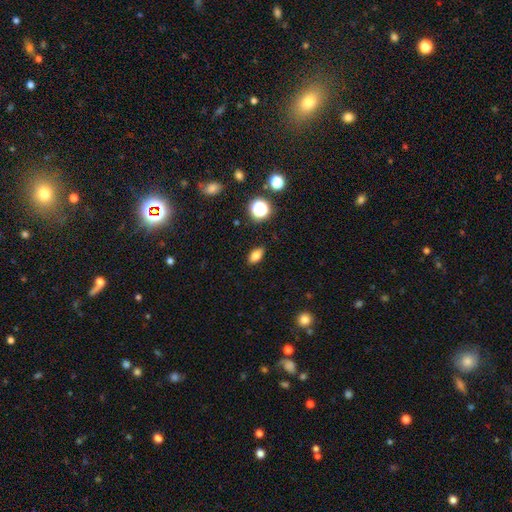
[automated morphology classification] Q: Smooth or featured?
A: smooth (80%); runner-up: star or artifact (13%)
Q: How rounded?
A: in between (86%); runner-up: round (10%)
Q: Merging?
A: none (89%); runner-up: minor disturbance (8%)